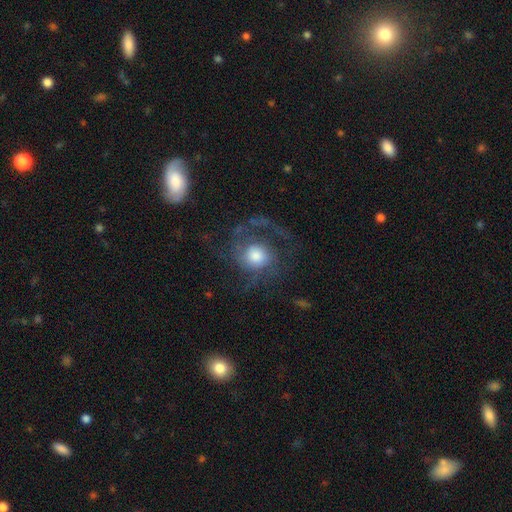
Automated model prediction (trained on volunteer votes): This is likely a featured or disk galaxy (61%). It is clearly not viewed edge-on (97%). Bar: likely no (78%). Spiral arm pattern: clearly yes (85%). Central bulge: marginally large (40%, tied with moderate). Merging: possibly none (51%).